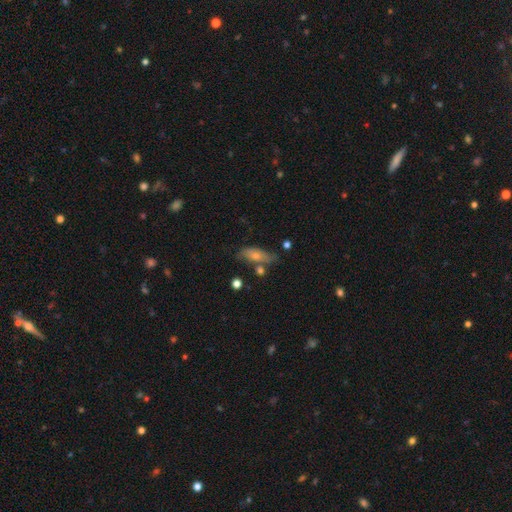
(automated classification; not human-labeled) Q: Smooth or featured?
A: smooth (64%); runner-up: featured or disk (28%)
Q: How rounded?
A: in between (71%); runner-up: cigar-shaped (25%)
Q: Merging?
A: none (51%); runner-up: minor disturbance (26%)